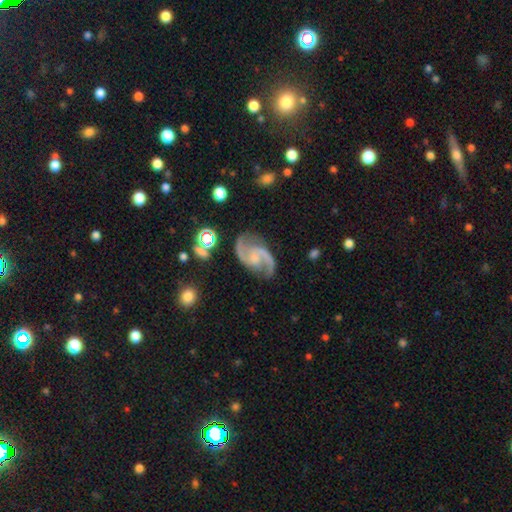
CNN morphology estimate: Smooth or featured? Predicted: featured or disk (p=0.91). Edge-on disk? Predicted: no (p=0.98). Bar? Predicted: no (p=0.45). Spiral arms? Predicted: yes (p=0.98). Spiral winding? Predicted: medium (p=0.54). Spiral arm count? Predicted: 2 (p=0.93). Bulge size? Predicted: none (p=0.43). Merging? Predicted: none (p=0.75).